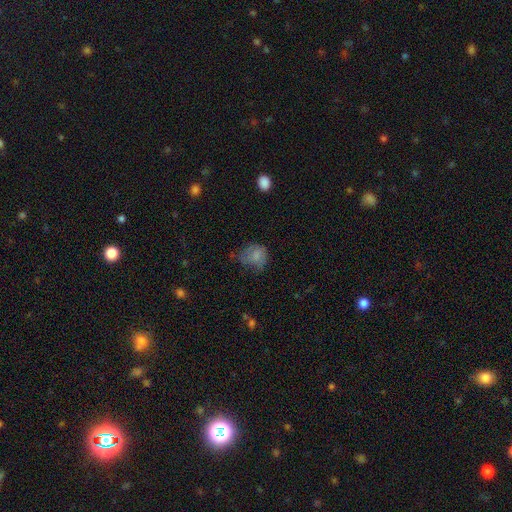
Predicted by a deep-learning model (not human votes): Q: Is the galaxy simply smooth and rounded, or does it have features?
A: smooth — 73%.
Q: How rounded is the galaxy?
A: round — 61%.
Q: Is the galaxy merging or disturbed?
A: none — 39%.